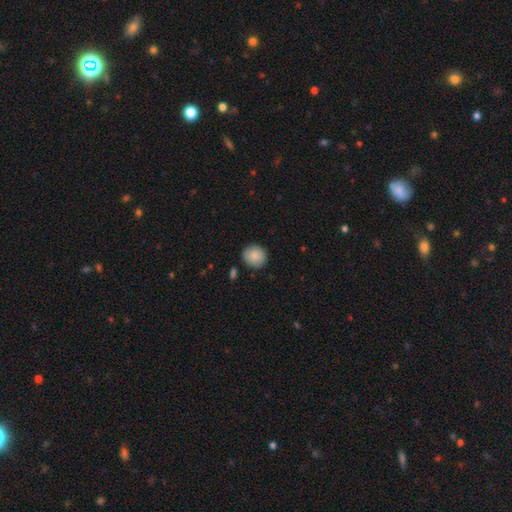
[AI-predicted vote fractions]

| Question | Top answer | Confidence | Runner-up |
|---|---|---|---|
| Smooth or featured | smooth | 88% | star or artifact (7%) |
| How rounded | round | 88% | in between (11%) |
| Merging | none | 88% | minor disturbance (8%) |